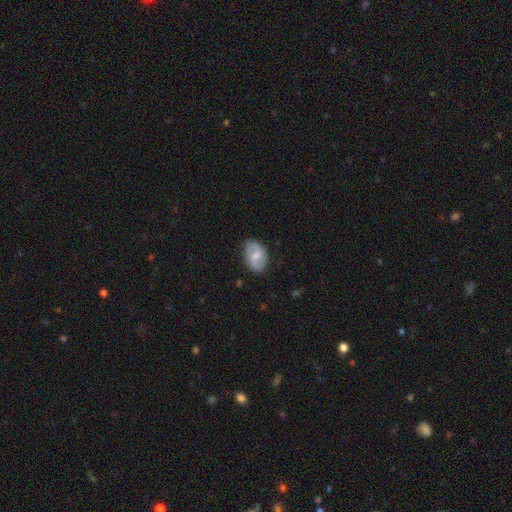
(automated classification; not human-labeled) A featured or disk galaxy (47%, tied with smooth).

Vote fractions:
- Smooth or featured? featured or disk: 47% (tied) / smooth: 47% (tied) / star or artifact: 7%
- Merging? none: 77% / minor disturbance: 18% / major disturbance: 4% / merger: 1%